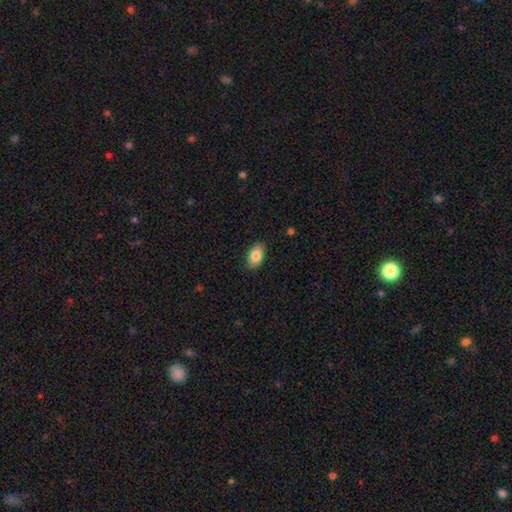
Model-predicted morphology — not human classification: This is clearly a smooth galaxy (84%). How rounded: clearly in between (92%). Merging: clearly none (88%).